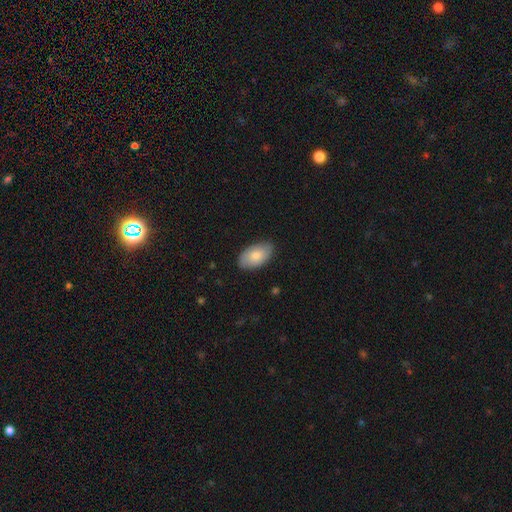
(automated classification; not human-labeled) The model was most divided on "smooth or featured": smooth: 76%, featured or disk: 18%, star or artifact: 6%. More confident: how rounded — in between (95%); merging — none (83%).